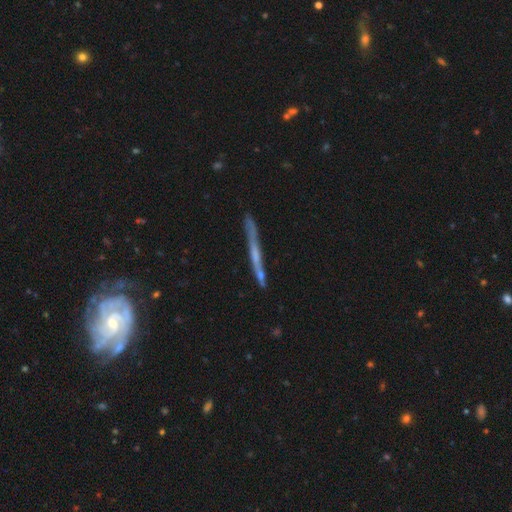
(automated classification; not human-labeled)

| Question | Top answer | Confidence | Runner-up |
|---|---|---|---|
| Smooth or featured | featured or disk | 66% | smooth (26%) |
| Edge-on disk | yes | 91% | no (9%) |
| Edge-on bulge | none | 69% | rounded (23%) |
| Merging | none | 76% | minor disturbance (15%) |